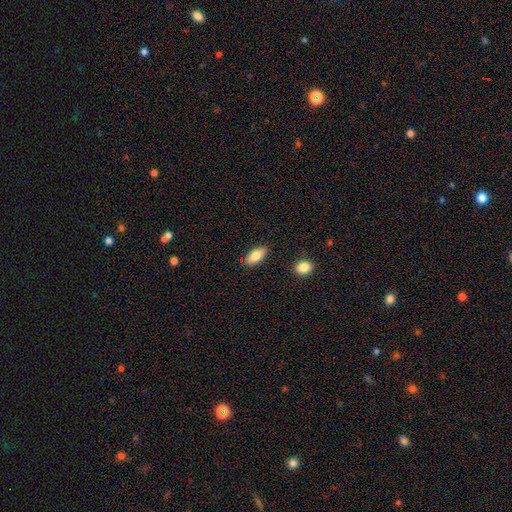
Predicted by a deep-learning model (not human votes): smooth 82%, featured or disk 11%, star or artifact 7%. Down the decision tree: how rounded — in between (88%); merging — none (87%).